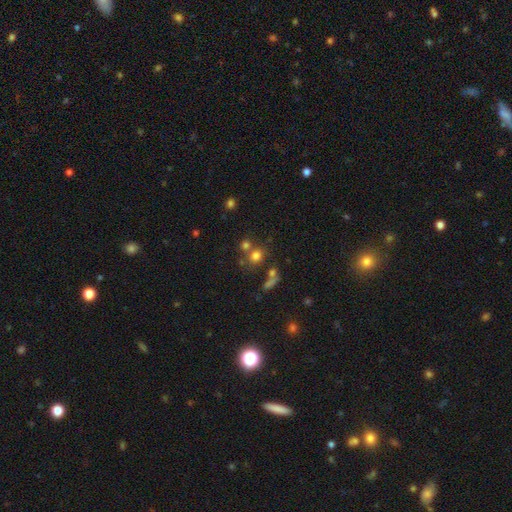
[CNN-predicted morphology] smooth-or-featured: smooth: 72% | star or artifact: 18% | featured or disk: 10%
  how-rounded: round: 82% | in between: 16% | cigar-shaped: 1%
  merging: none: 57% | merger: 28% | minor disturbance: 9% | major disturbance: 5%